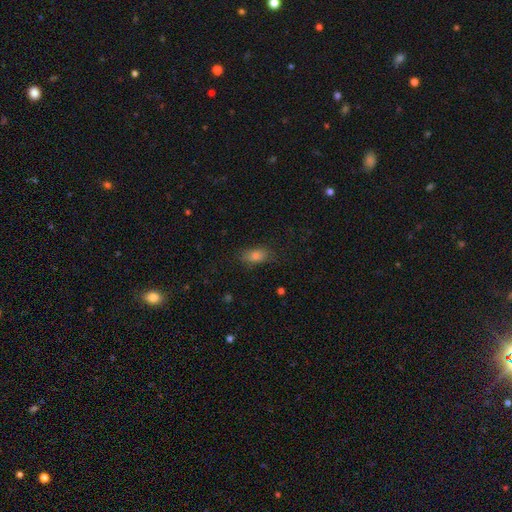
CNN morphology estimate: smooth 75%, star or artifact 14%, featured or disk 11%. Down the decision tree: how rounded — in between (83%); merging — none (78%).